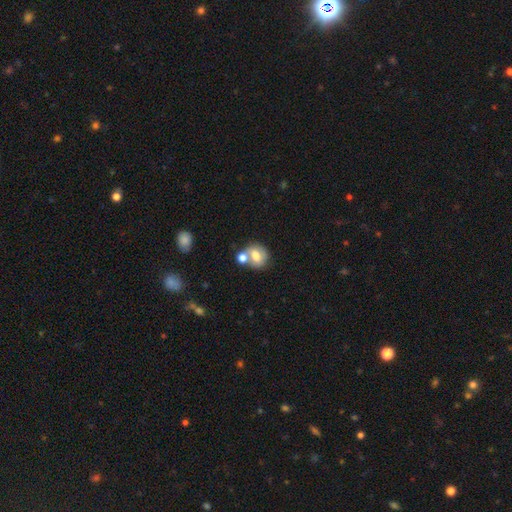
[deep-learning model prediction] A smooth galaxy with no disk features (68%) that is round (61%).

Vote fractions:
- Smooth or featured? smooth: 68% / featured or disk: 23% / star or artifact: 9%
- How rounded? round: 61% / in between: 38% / cigar-shaped: 1%
- Merging? merger: 43% / none: 41% / minor disturbance: 12% / major disturbance: 5%